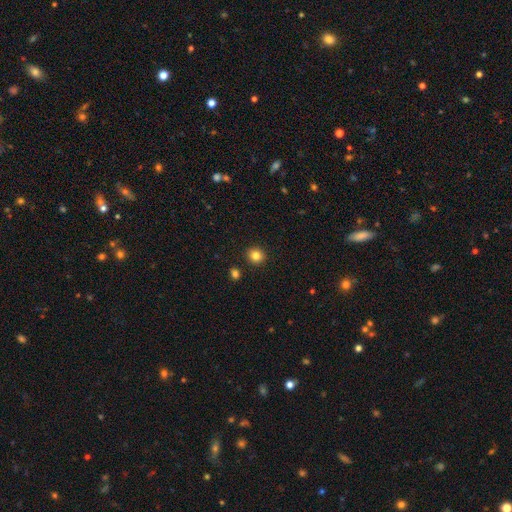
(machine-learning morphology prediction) type=smooth (83%); roundness=round (87%); merging=none (90%).